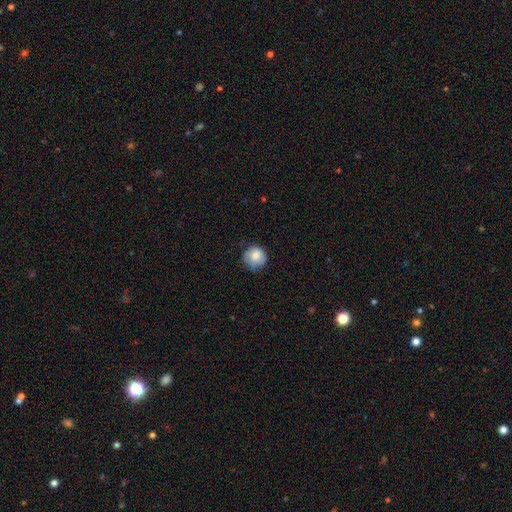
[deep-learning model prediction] A smooth galaxy with no disk features (78%) that is round (90%).

Vote fractions:
- Smooth or featured? smooth: 78% / featured or disk: 14% / star or artifact: 8%
- How rounded? round: 90% / in between: 9% / cigar-shaped: 1%
- Merging? none: 69% / minor disturbance: 25% / major disturbance: 6% / merger: 1%